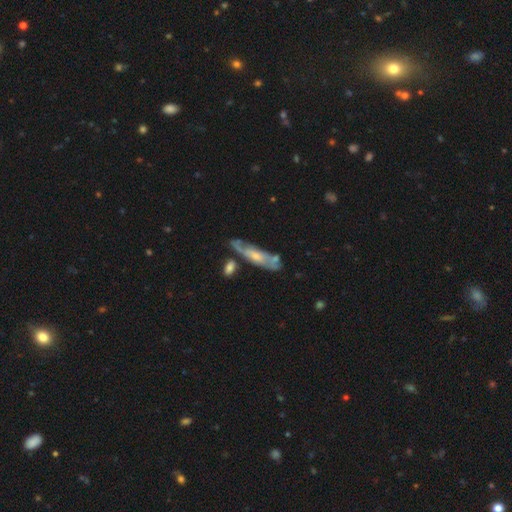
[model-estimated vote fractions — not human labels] A featured or disk galaxy (62%). Merging: none (50%).